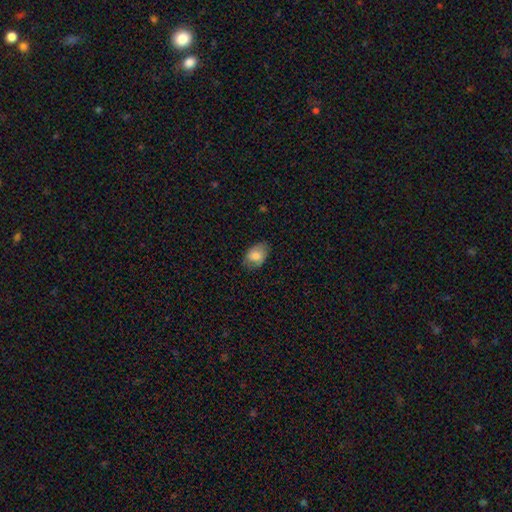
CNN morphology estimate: smooth_or_featured: smooth (p=0.79) [alt: featured or disk p=0.14]
how_rounded: in between (p=0.84) [alt: round p=0.15]
merging: none (p=0.75) [alt: minor disturbance p=0.20]